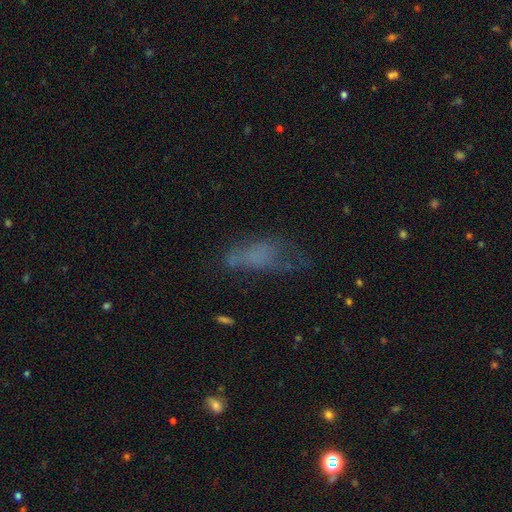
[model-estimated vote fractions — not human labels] Morphology: type=smooth (51%); roundness=in between (69%); merging=none (39%).